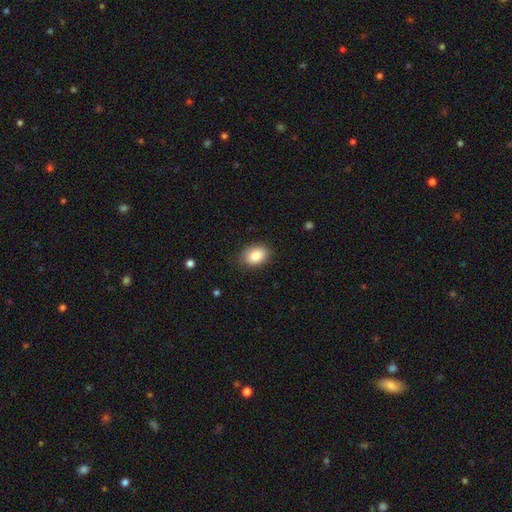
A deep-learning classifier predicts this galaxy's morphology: smooth_or_featured: smooth (p=0.85) [alt: star or artifact p=0.07]
how_rounded: in between (p=0.79) [alt: round p=0.20]
merging: none (p=0.80) [alt: minor disturbance p=0.15]